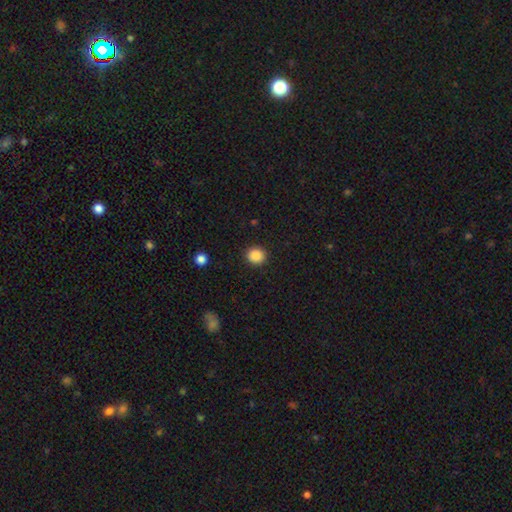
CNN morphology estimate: A smooth galaxy with no disk features (88%) that is round (86%).

Vote fractions:
- Smooth or featured? smooth: 88% / star or artifact: 9% / featured or disk: 3%
- How rounded? round: 86% / in between: 13% / cigar-shaped: 1%
- Merging? none: 91% / minor disturbance: 6% / major disturbance: 2% / merger: 1%